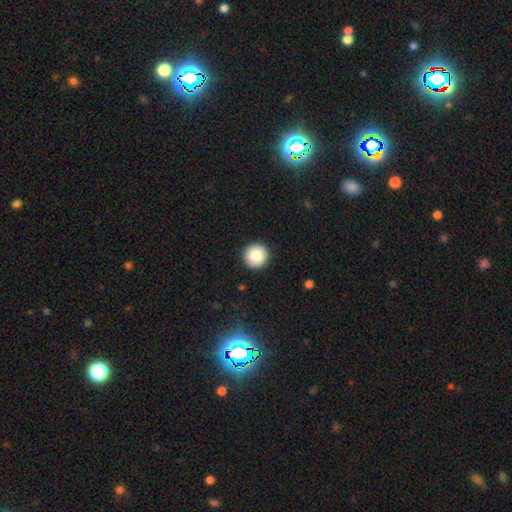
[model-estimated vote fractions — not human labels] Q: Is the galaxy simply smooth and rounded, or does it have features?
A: smooth — 85%.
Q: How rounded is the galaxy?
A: round — 96%.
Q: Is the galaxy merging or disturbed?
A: none — 93%.